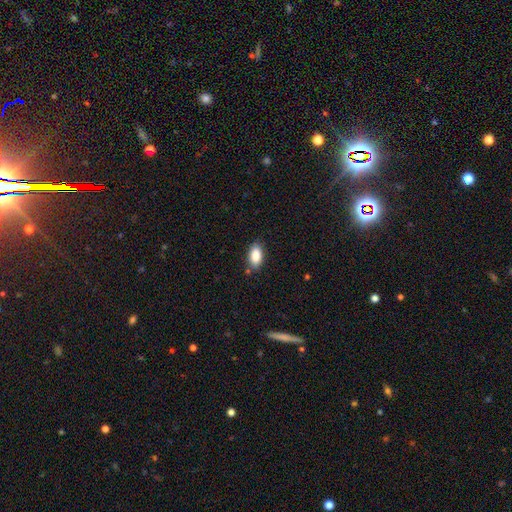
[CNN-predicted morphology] Q: Smooth or featured?
A: smooth (87%); runner-up: star or artifact (7%)
Q: How rounded?
A: in between (92%); runner-up: round (5%)
Q: Merging?
A: none (82%); runner-up: minor disturbance (13%)